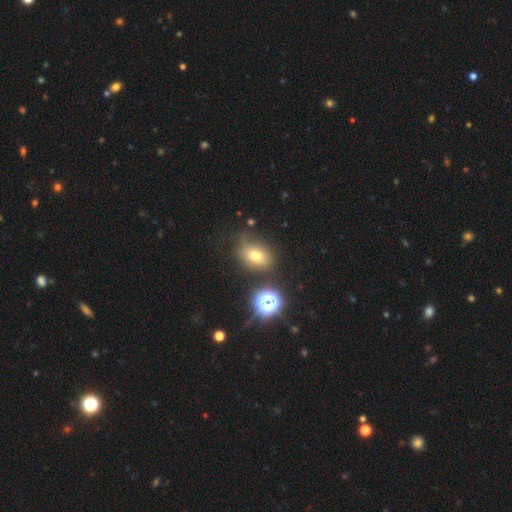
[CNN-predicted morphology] Smooth or featured? Predicted: smooth (p=0.70). How rounded? Predicted: in between (p=0.66). Merging? Predicted: none (p=0.69).